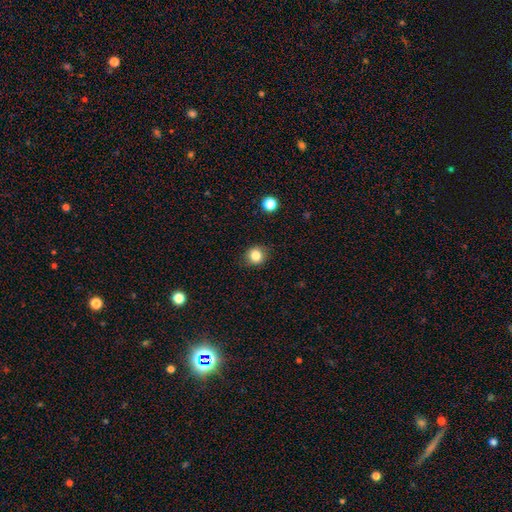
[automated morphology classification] Q: Smooth or featured?
A: smooth (83%); runner-up: star or artifact (11%)
Q: How rounded?
A: round (84%); runner-up: in between (15%)
Q: Merging?
A: none (86%); runner-up: minor disturbance (10%)